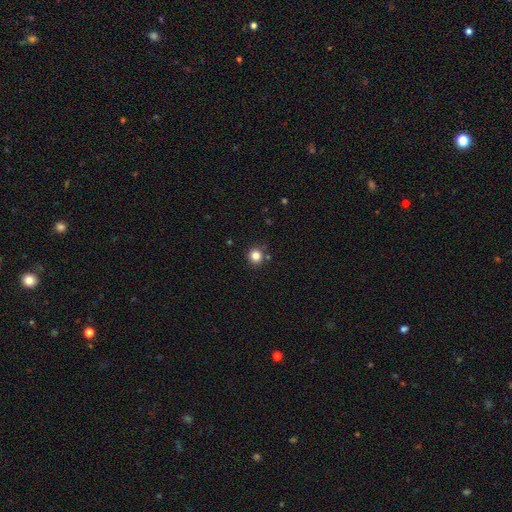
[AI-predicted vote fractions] Smooth or featured: smooth — 83% (star or artifact — 12%)
How rounded: round — 90% (in between — 9%)
Merging: none — 85% (minor disturbance — 9%)